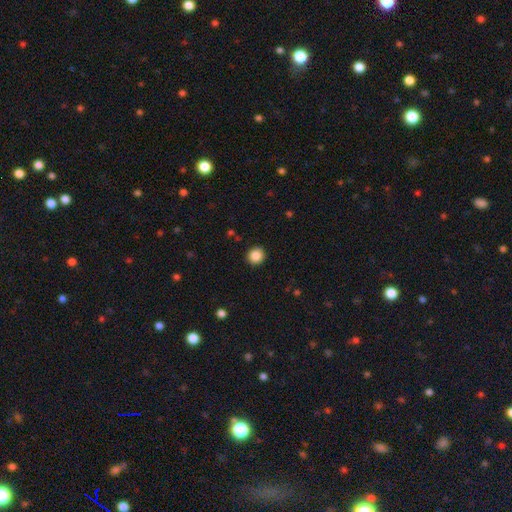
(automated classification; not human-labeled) Morphology: type=smooth (86%); roundness=round (88%); merging=none (92%).